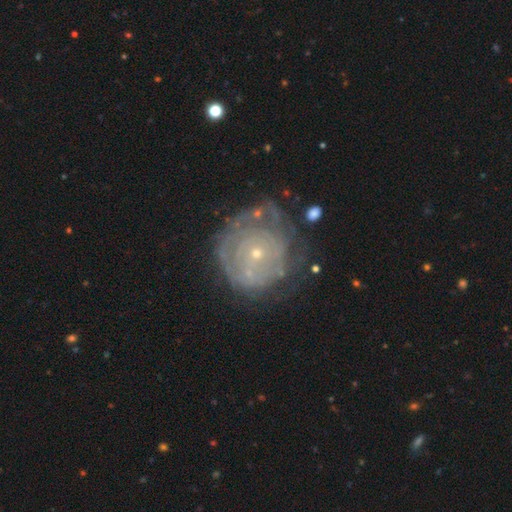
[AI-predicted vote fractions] Smooth or featured: featured or disk — 69% (smooth — 21%)
Edge-on disk: no — 97% (yes — 3%)
Bar: no — 82% (weak — 14%)
Spiral arms: yes — 64% (no — 36%)
Bulge size: small — 81% (moderate — 15%)
Merging: none — 62% (minor disturbance — 21%)